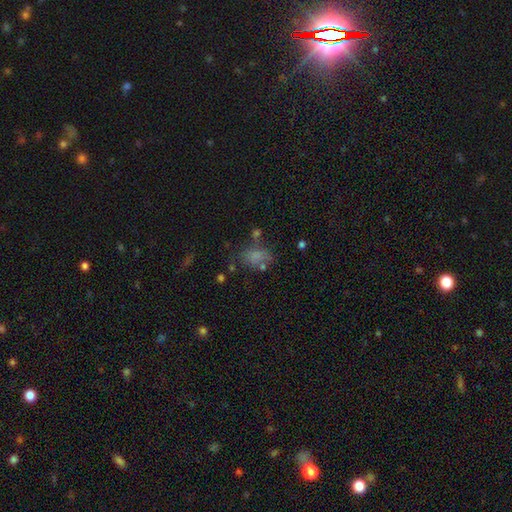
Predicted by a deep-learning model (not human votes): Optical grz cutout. It shows a smooth galaxy with no disk features (71%) that is in between round and cigar-shaped (76%). Merging: none (50%).